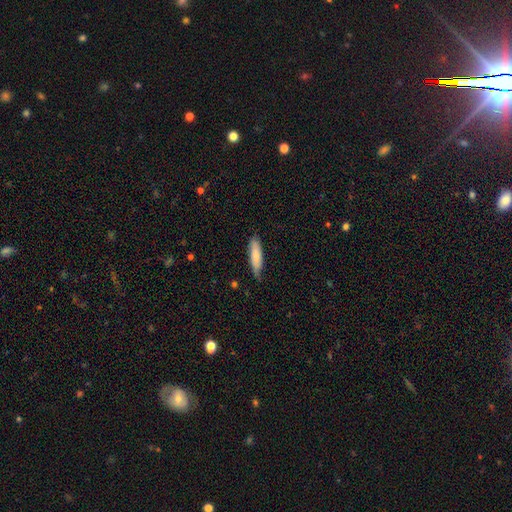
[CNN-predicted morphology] Smooth or featured: smooth — 78% (featured or disk — 17%)
How rounded: cigar-shaped — 68% (in between — 31%)
Merging: none — 72% (minor disturbance — 23%)